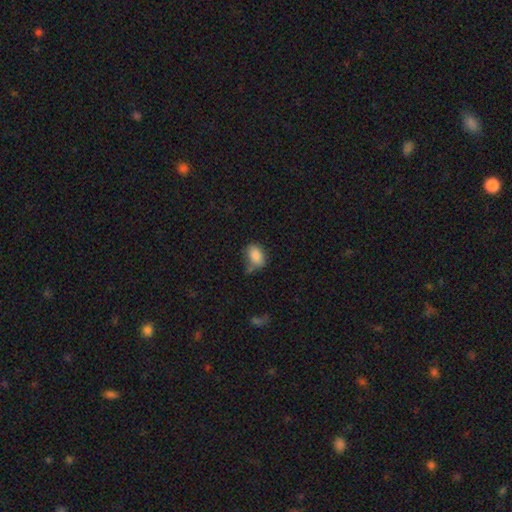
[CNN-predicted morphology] Smooth or featured? smooth (85%)
How rounded? in between (84%)
Merging? none (56%)